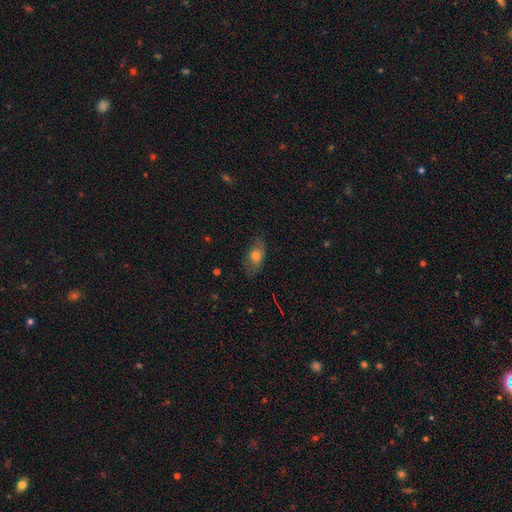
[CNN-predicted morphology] The model was most divided on "merging": none: 71%, minor disturbance: 21%, major disturbance: 6%, merger: 1%. More confident: how rounded — in between (87%); smooth or featured — smooth (71%).